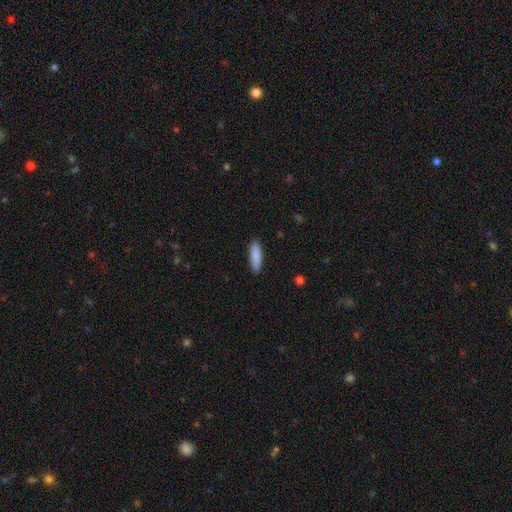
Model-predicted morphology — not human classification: Smooth or featured? smooth (88%)
How rounded? cigar-shaped (56%)
Merging? none (89%)